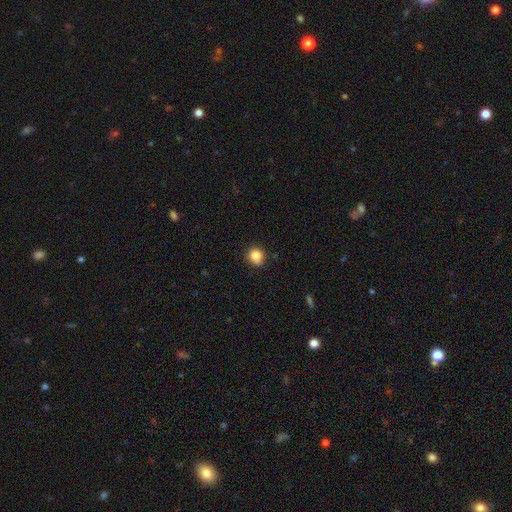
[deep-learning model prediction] Smooth or featured? Predicted: smooth (p=0.85). How rounded? Predicted: round (p=0.88). Merging? Predicted: none (p=0.85).